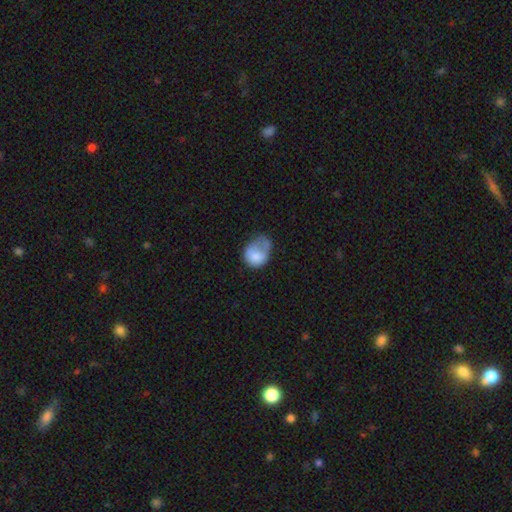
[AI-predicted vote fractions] smooth 71%, featured or disk 21%, star or artifact 8%. Down the decision tree: how rounded — in between (55%); merging — major disturbance (34%).